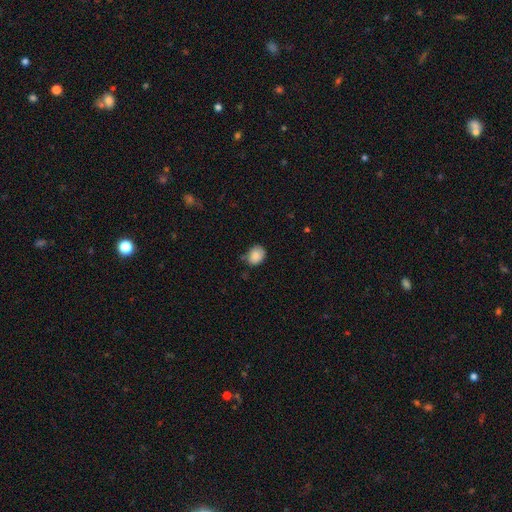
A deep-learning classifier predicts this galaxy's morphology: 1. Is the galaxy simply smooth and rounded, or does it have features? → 87% smooth, 8% star or artifact, 5% featured or disk.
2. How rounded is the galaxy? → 50% in between, 49% round, 1% cigar-shaped.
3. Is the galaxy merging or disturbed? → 57% none, 33% minor disturbance, 7% major disturbance, 3% merger.